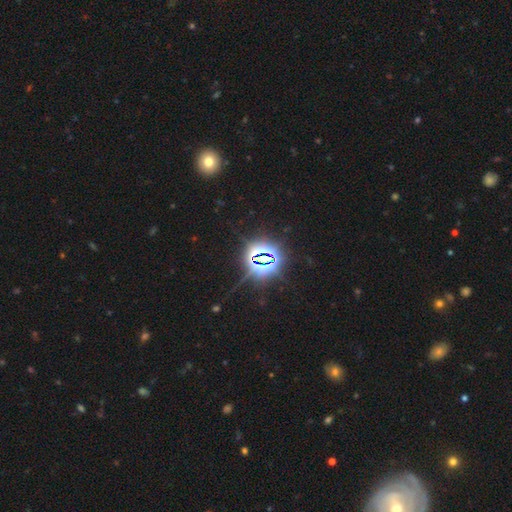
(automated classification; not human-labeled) Morphology: type=star or artifact (83%).